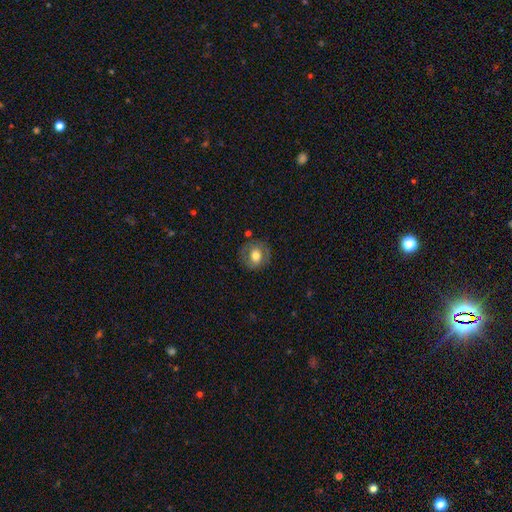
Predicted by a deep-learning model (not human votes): Smooth or featured? Predicted: smooth (p=0.62). How rounded? Predicted: round (p=0.83). Merging? Predicted: none (p=0.80).